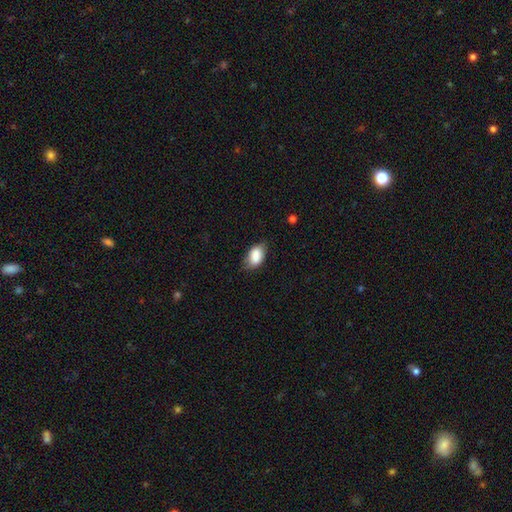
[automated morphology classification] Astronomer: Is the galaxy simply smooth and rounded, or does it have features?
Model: smooth — 83%.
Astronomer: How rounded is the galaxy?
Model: in between — 89%.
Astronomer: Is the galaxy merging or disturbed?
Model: none — 66%.